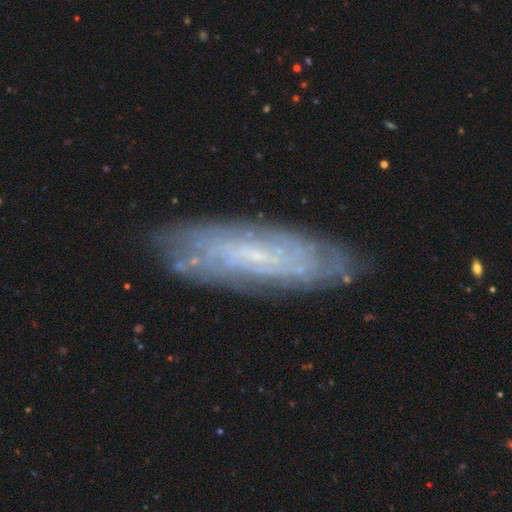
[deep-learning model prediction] Q: Smooth or featured?
A: featured or disk (68%); runner-up: smooth (25%)
Q: Edge-on disk?
A: no (75%); runner-up: yes (25%)
Q: Bar?
A: no (62%); runner-up: weak (30%)
Q: Spiral arms?
A: yes (78%); runner-up: no (22%)
Q: Bulge size?
A: small (79%); runner-up: none (10%)
Q: Merging?
A: none (83%); runner-up: minor disturbance (12%)